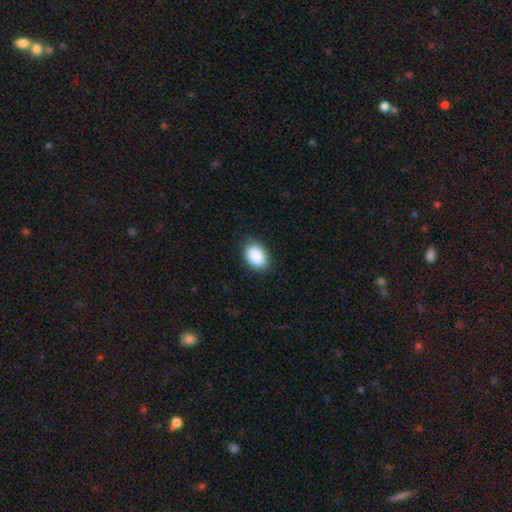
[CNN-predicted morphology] Q: Smooth or featured?
A: smooth (90%); runner-up: star or artifact (7%)
Q: How rounded?
A: in between (84%); runner-up: round (14%)
Q: Merging?
A: none (84%); runner-up: minor disturbance (13%)